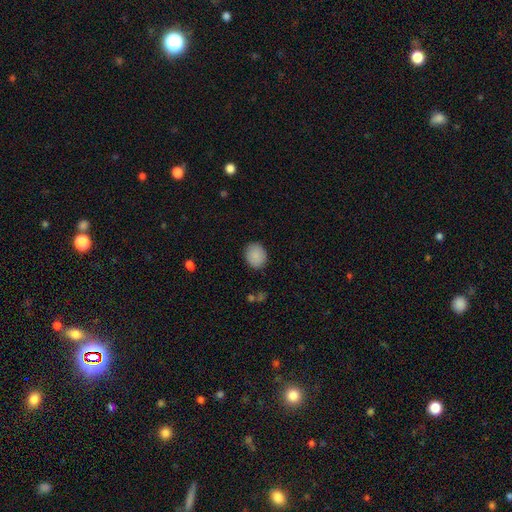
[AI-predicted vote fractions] Smooth or featured?
  - smooth: 89% *
  - star or artifact: 7%
  - featured or disk: 4%
How rounded?
  - round: 60% *
  - in between: 39%
  - cigar-shaped: 1%
Merging?
  - none: 87% *
  - minor disturbance: 9%
  - major disturbance: 2%
  - merger: 1%